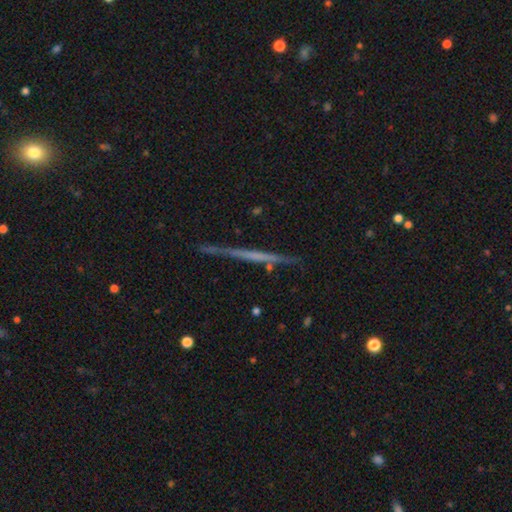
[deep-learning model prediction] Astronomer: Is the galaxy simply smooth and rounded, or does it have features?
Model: featured or disk — 65%.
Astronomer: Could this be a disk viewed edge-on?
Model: yes — 97%.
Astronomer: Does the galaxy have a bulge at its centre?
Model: none — 85%.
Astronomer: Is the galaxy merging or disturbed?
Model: none — 86%.